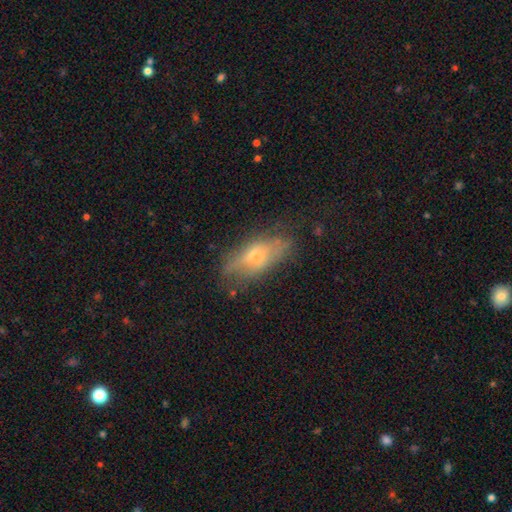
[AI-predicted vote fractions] A smooth galaxy with no disk features (46%).

Vote fractions:
- Smooth or featured? smooth: 46% / featured or disk: 45% / star or artifact: 9%
- Merging? none: 60% / minor disturbance: 26% / major disturbance: 12% / merger: 3%